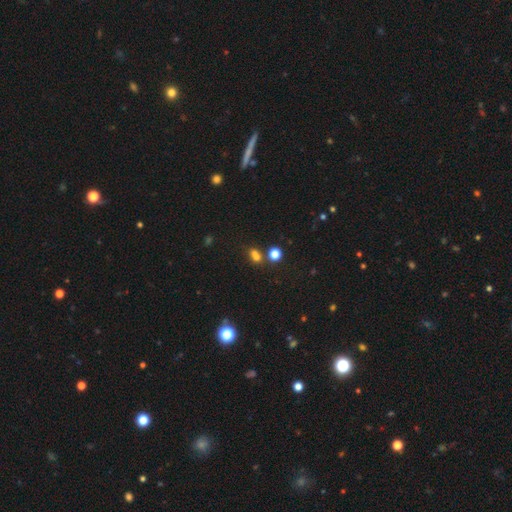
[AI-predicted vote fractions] A smooth galaxy with no disk features (64%) that is round (61%). Merging: none (47%).